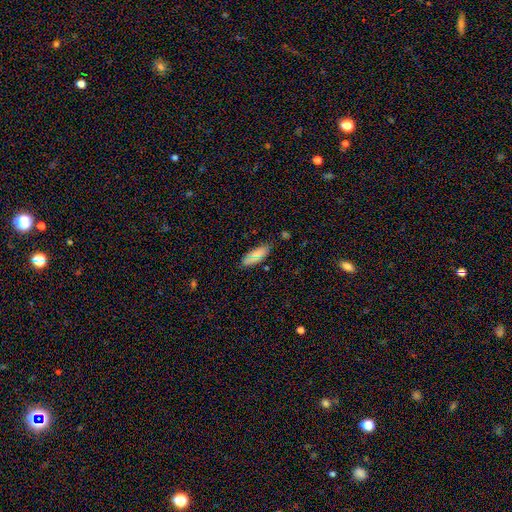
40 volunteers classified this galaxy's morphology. Volunteers were most divided on "merging": none: 86%, minor disturbance: 11%, major disturbance: 3%, merger: 0%. More confident: how rounded — in between (88%); smooth or featured — smooth (85%).